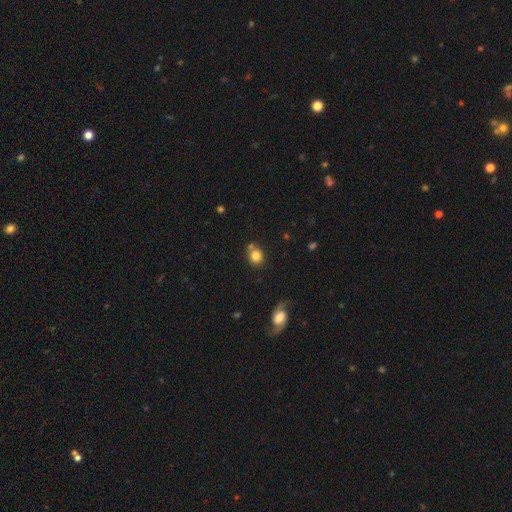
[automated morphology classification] Smooth or featured: smooth — 81% (star or artifact — 10%)
How rounded: round — 82% (in between — 17%)
Merging: none — 65% (merger — 20%)